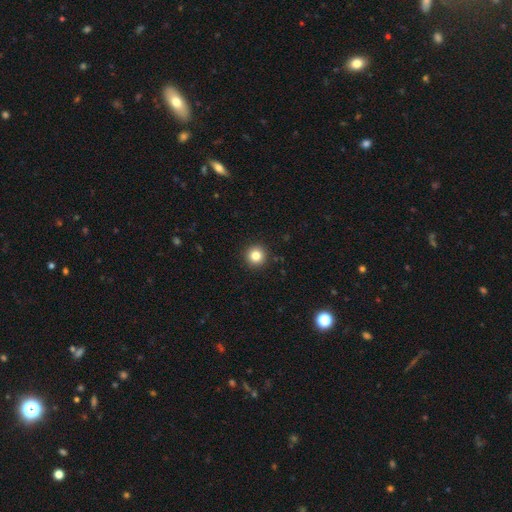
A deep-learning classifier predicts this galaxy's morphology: Smooth or featured? Predicted: smooth (p=0.83). How rounded? Predicted: round (p=0.96). Merging? Predicted: none (p=0.93).